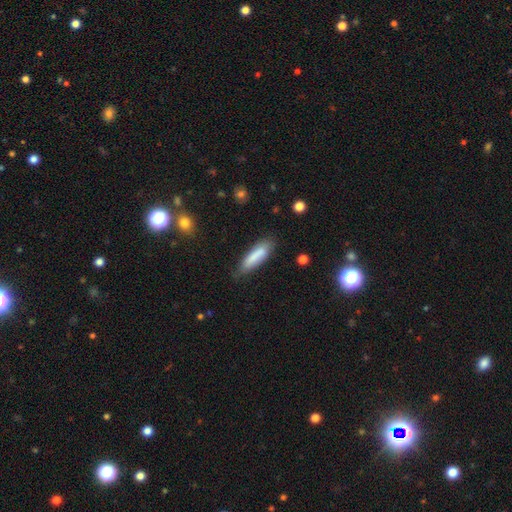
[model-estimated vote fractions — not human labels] A smooth galaxy with no disk features (80%) that is cigar-shaped (64%).

Vote fractions:
- Smooth or featured? smooth: 80% / featured or disk: 14% / star or artifact: 6%
- How rounded? cigar-shaped: 64% / in between: 35% / round: 1%
- Merging? none: 70% / minor disturbance: 22% / major disturbance: 5% / merger: 3%